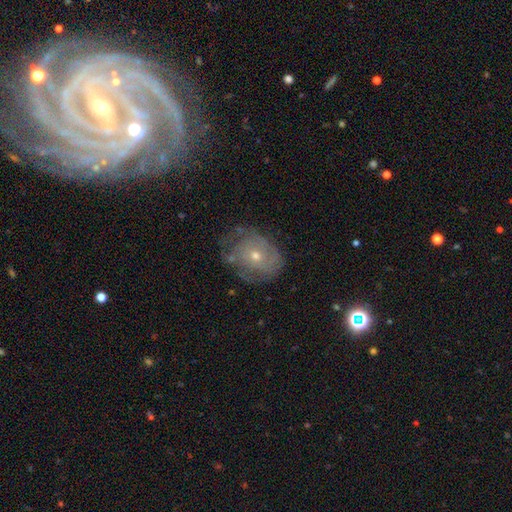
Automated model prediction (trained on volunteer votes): Overall: featured or disk (63%; smooth 28%). Edge-on disk: no (96%). Bar: no (84%). Spiral arms: yes (69%; no 31%). Bulge size: small (51%; moderate 46%). Merging: none (55%; minor disturbance 27%).